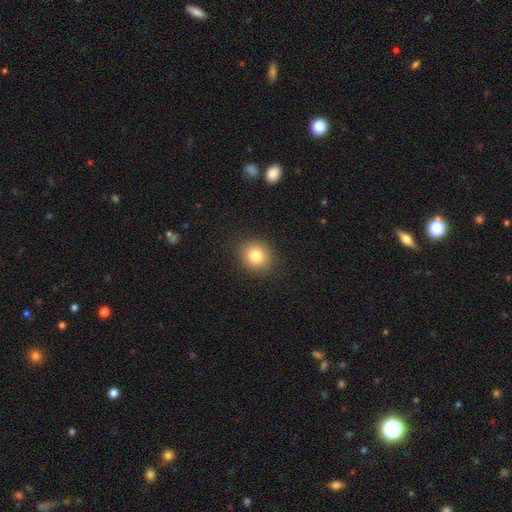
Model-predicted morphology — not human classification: A smooth galaxy with no disk features (82%) that is round (77%).

Vote fractions:
- Smooth or featured? smooth: 82% / star or artifact: 11% / featured or disk: 7%
- How rounded? round: 77% / in between: 22% / cigar-shaped: 1%
- Merging? none: 90% / minor disturbance: 7% / major disturbance: 2% / merger: 1%